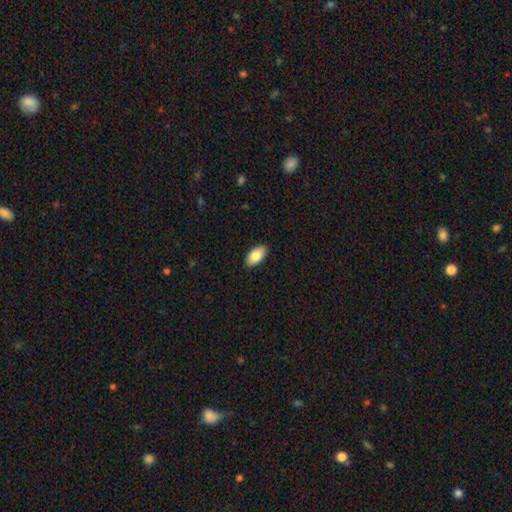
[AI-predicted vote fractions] smooth 83%, featured or disk 11%, star or artifact 6%. Down the decision tree: how rounded — in between (94%); merging — none (90%).